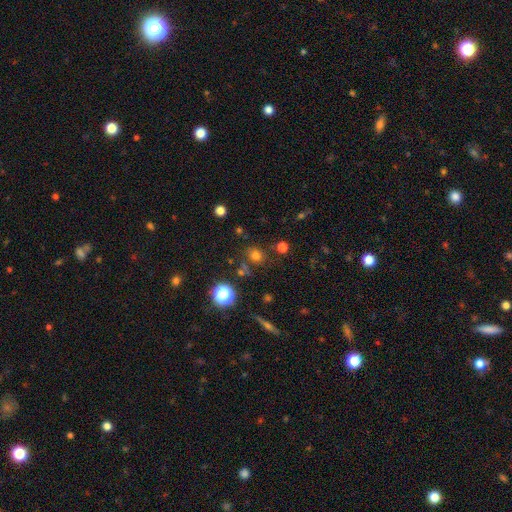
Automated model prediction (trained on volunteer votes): This appears to be a smooth galaxy with no disk features (69%) that is round (80%). Merging: none (78%).